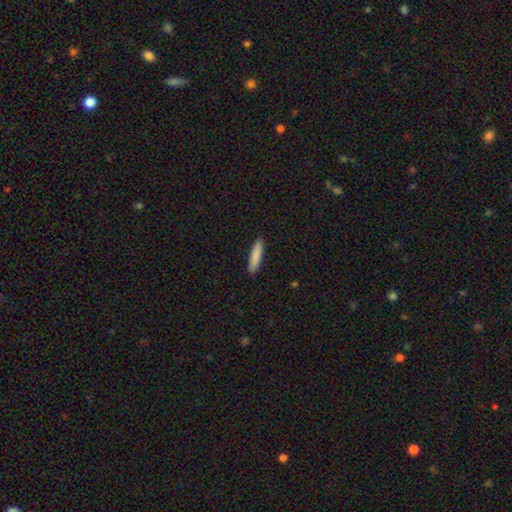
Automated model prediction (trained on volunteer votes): Smooth or featured? smooth (87%)
How rounded? cigar-shaped (82%)
Merging? none (91%)